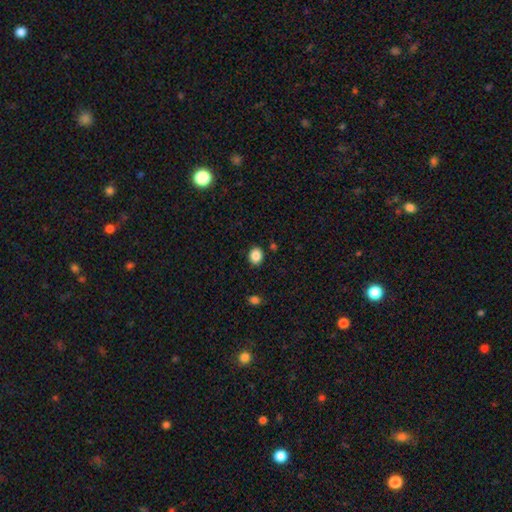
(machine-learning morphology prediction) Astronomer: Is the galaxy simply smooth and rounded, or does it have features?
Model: smooth — 87%.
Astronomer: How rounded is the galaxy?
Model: round — 62% (runner-up: in between, 37%).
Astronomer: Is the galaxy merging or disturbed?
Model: none — 88%.